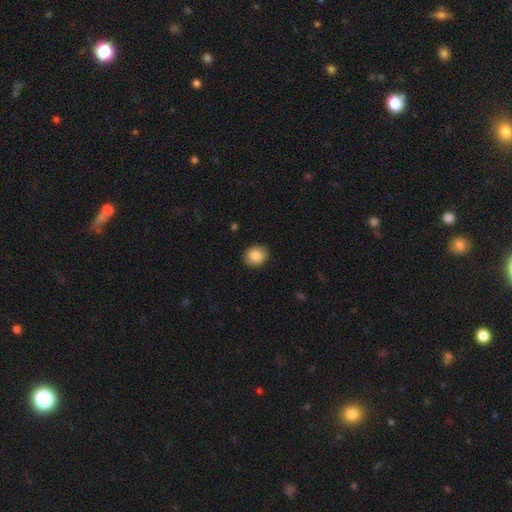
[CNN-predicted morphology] A smooth galaxy with no disk features (85%) that is round (64%).

Vote fractions:
- Smooth or featured? smooth: 85% / star or artifact: 8% / featured or disk: 7%
- How rounded? round: 64% / in between: 35% / cigar-shaped: 1%
- Merging? none: 89% / minor disturbance: 8% / major disturbance: 2% / merger: 1%